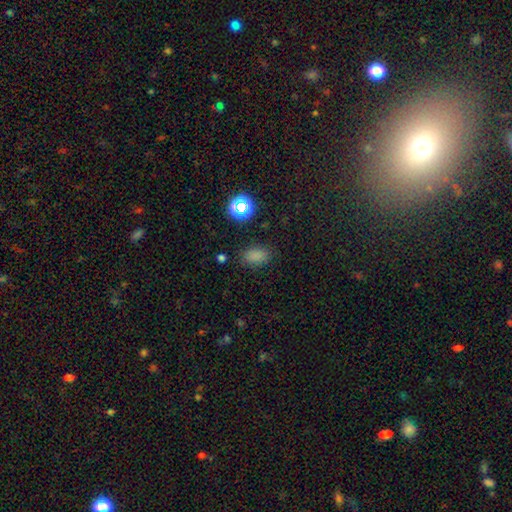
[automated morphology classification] Smooth or featured: smooth — 78% (star or artifact — 18%)
How rounded: in between — 83% (round — 15%)
Merging: none — 82% (minor disturbance — 13%)